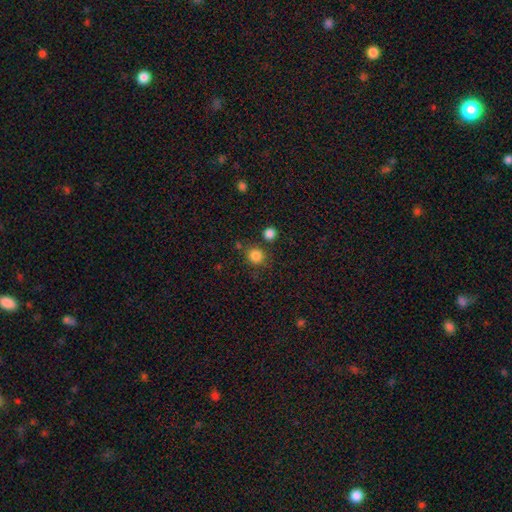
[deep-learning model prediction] The model was most divided on "merging": none: 78%, minor disturbance: 9%, merger: 9%, major disturbance: 4%. More confident: how rounded — round (90%); smooth or featured — smooth (83%).